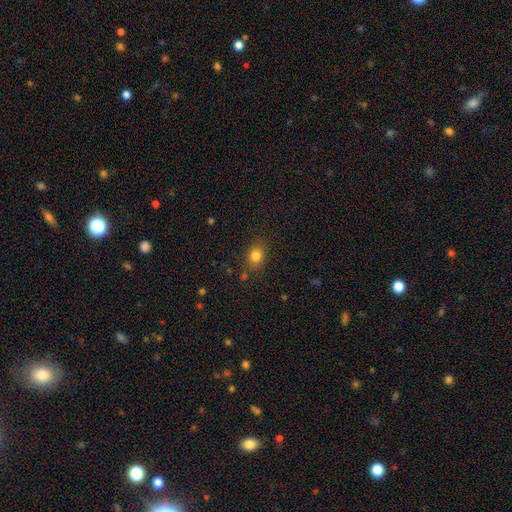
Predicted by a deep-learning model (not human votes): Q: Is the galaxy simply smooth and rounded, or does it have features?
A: smooth — 82%.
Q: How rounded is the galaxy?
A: in between — 50%.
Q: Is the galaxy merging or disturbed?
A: none — 82%.